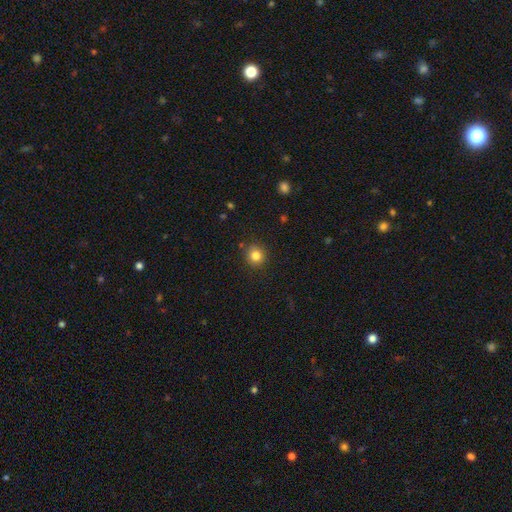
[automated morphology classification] This is clearly a smooth galaxy (82%). How rounded: clearly round (90%). Merging: clearly none (87%).